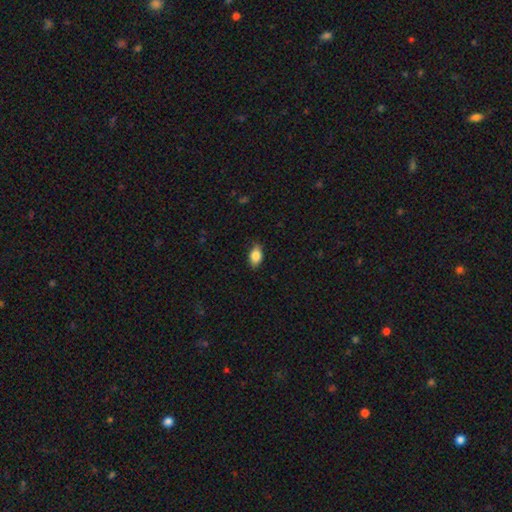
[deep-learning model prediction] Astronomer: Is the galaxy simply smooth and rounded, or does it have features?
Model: smooth — 84%.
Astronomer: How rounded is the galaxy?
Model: in between — 89%.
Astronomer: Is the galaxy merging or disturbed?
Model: none — 85%.